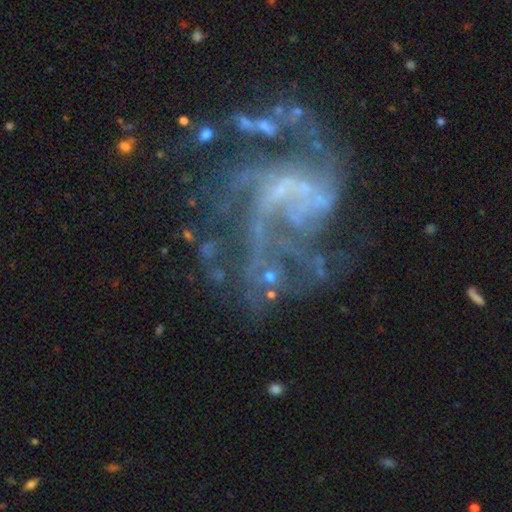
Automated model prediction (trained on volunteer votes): Q: Smooth or featured?
A: featured or disk (81%); runner-up: star or artifact (13%)
Q: Edge-on disk?
A: no (98%); runner-up: yes (2%)
Q: Bar?
A: no (54%); runner-up: weak (33%)
Q: Spiral arms?
A: yes (85%); runner-up: no (15%)
Q: Spiral winding?
A: loose (47%); runner-up: medium (37%)
Q: Spiral arm count?
A: can't tell (26%); runner-up: 3 (22%)
Q: Bulge size?
A: none (64%); runner-up: small (25%)
Q: Merging?
A: none (40%); runner-up: major disturbance (39%)